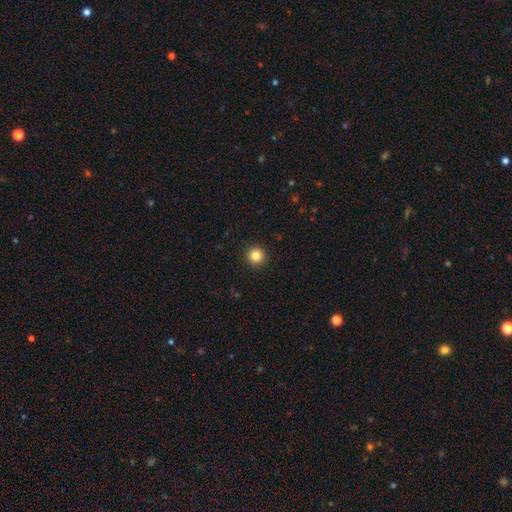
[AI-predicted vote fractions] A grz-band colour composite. It shows a smooth galaxy with no disk features (84%) that is round (96%). Merging: none (93%).